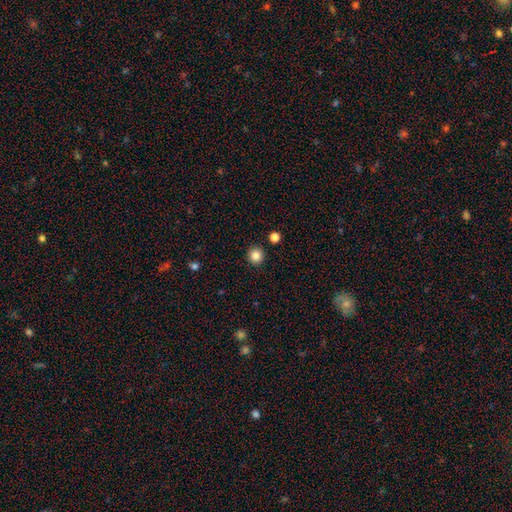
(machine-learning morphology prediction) Q: Smooth or featured?
A: smooth (85%); runner-up: star or artifact (11%)
Q: How rounded?
A: round (93%); runner-up: in between (6%)
Q: Merging?
A: none (92%); runner-up: minor disturbance (5%)